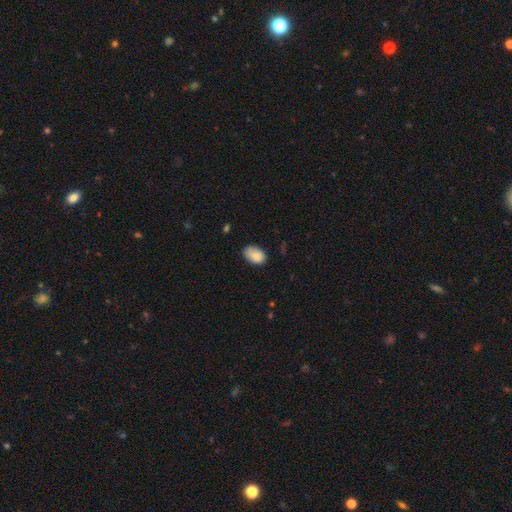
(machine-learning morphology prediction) This is clearly a smooth galaxy (84%). How rounded: clearly in between (88%). Merging: likely none (65%).